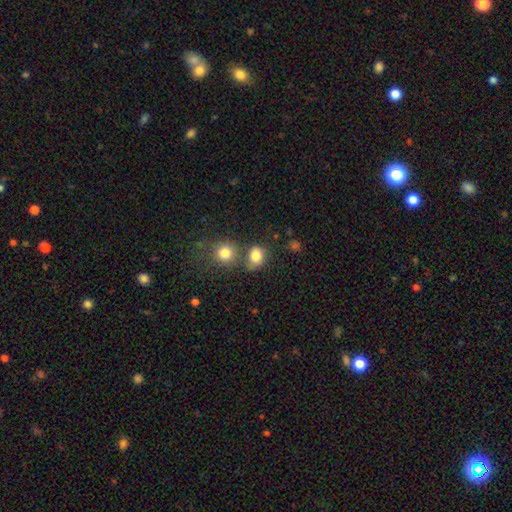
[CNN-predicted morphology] smooth-or-featured: smooth: 82% | star or artifact: 11% | featured or disk: 6%
  how-rounded: round: 54% | in between: 44% | cigar-shaped: 1%
  merging: none: 53% | merger: 26% | minor disturbance: 15% | major disturbance: 6%